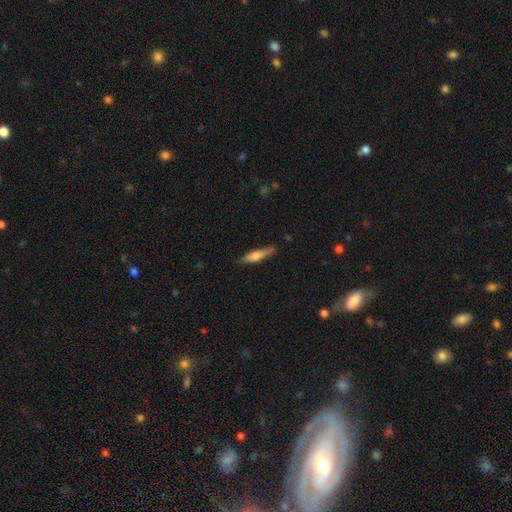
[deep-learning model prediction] smooth 55%, featured or disk 39%, star or artifact 6%. Down the decision tree: how rounded — cigar-shaped (82%); merging — none (81%).